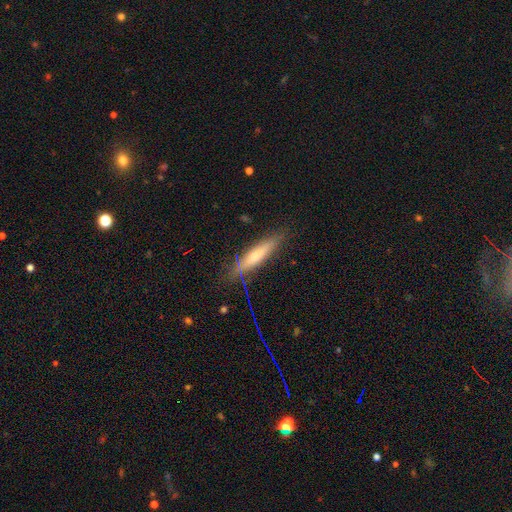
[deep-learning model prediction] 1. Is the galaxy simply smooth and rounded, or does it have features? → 61% smooth, 32% featured or disk, 7% star or artifact.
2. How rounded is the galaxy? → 84% cigar-shaped, 14% in between, 2% round.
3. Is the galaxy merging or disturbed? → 76% none, 16% minor disturbance, 5% major disturbance, 2% merger.